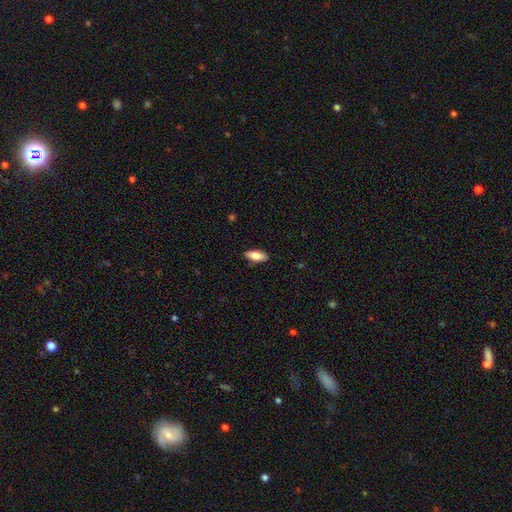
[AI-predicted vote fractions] A smooth galaxy with no disk features (85%) that is in between round and cigar-shaped (83%).

Vote fractions:
- Smooth or featured? smooth: 85% / featured or disk: 9% / star or artifact: 6%
- How rounded? in between: 83% / cigar-shaped: 16% / round: 2%
- Merging? none: 87% / minor disturbance: 10% / major disturbance: 2% / merger: 1%